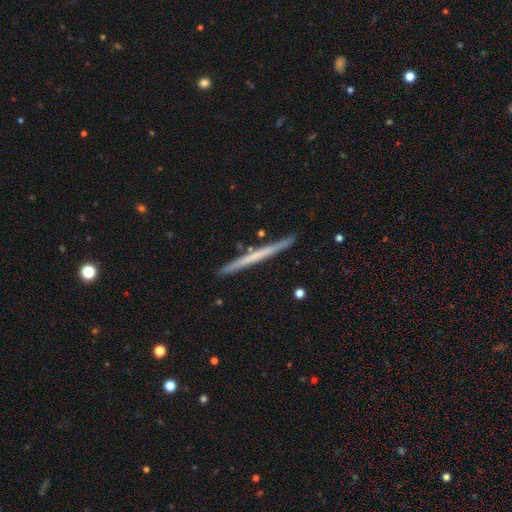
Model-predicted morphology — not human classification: The model was most divided on "smooth or featured": featured or disk: 51%, smooth: 44%, star or artifact: 5%. More confident: edge-on disk — yes (97%); merging — none (90%).